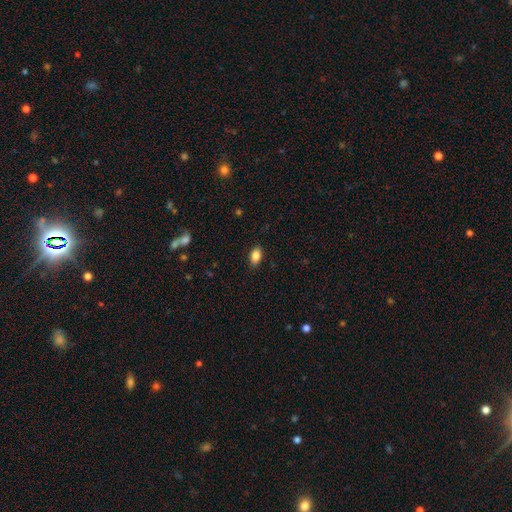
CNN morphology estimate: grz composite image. It shows a smooth galaxy with no disk features (85%) that is in between round and cigar-shaped (88%). Merging: none (87%).